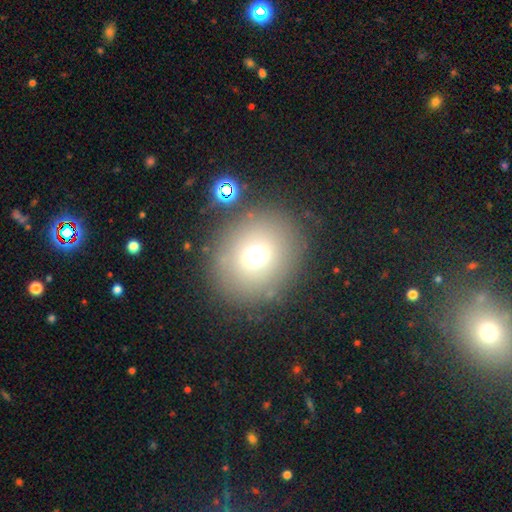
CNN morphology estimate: smooth-or-featured: smooth: 67% | star or artifact: 17% | featured or disk: 16%
  how-rounded: round: 78% | in between: 21% | cigar-shaped: 1%
  merging: none: 80% | minor disturbance: 10% | merger: 5% | major disturbance: 5%